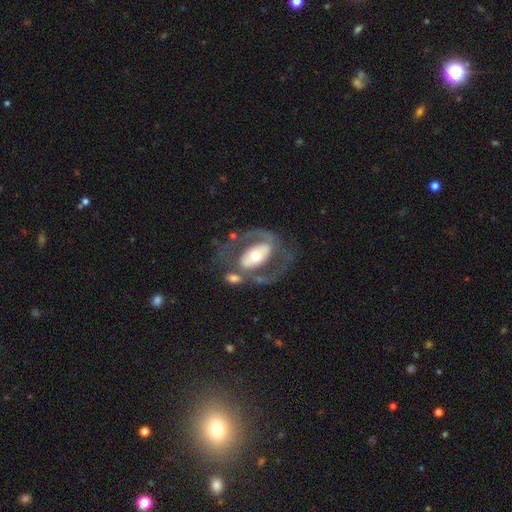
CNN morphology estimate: A featured or disk galaxy (78%) with no bar (40%), spiral arms (67%) and a moderate central bulge (66%).

Vote fractions:
- Smooth or featured? featured or disk: 78% / smooth: 17% / star or artifact: 5%
- Edge-on disk? no: 94% / yes: 6%
- Bar? no: 40% / strong: 34% / weak: 26%
- Spiral arms? yes: 67% / no: 33%
- Bulge size? moderate: 66% / large: 16% / small: 15% / dominant: 2% / none: 1%
- Merging? none: 55% / major disturbance: 19% / minor disturbance: 16% / merger: 10%